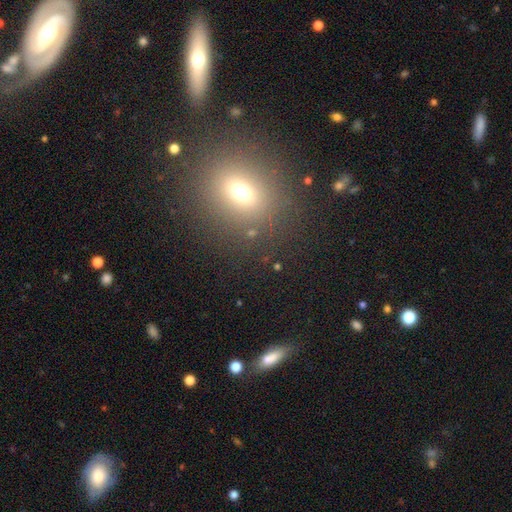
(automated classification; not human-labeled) Q: Smooth or featured?
A: smooth (52%); runner-up: star or artifact (32%)
Q: How rounded?
A: round (54%); runner-up: in between (41%)
Q: Merging?
A: none (85%); runner-up: minor disturbance (8%)